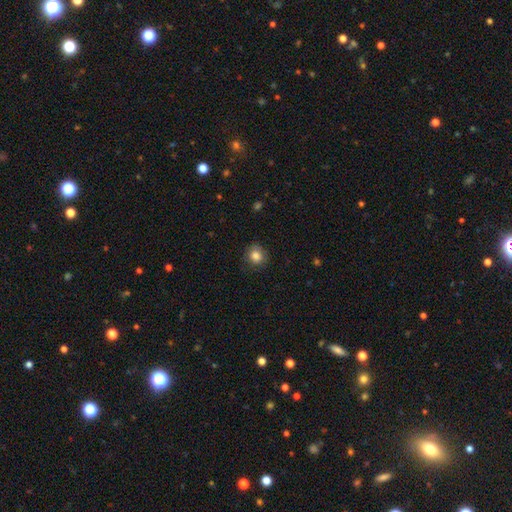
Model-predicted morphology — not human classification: type=smooth (83%); roundness=round (84%); merging=none (80%).